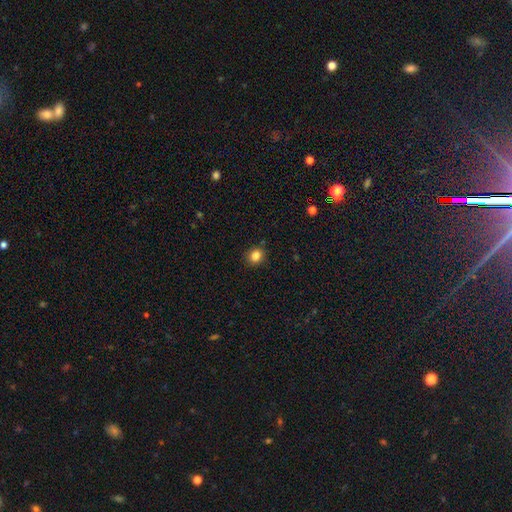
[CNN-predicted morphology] This appears to be a smooth galaxy with no disk features (83%) that is round (70%). Merging: none (86%).